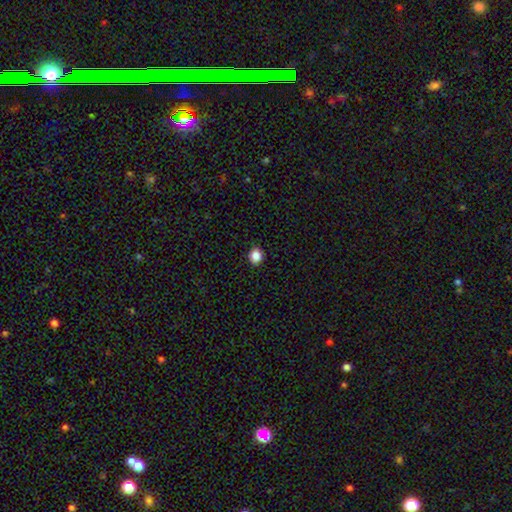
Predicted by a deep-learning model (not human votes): The model was most divided on "how rounded": round: 75%, in between: 24%, cigar-shaped: 1%. More confident: merging — none (91%); smooth or featured — smooth (86%).